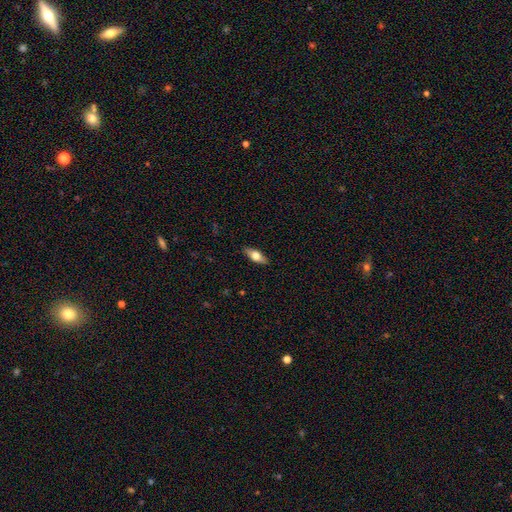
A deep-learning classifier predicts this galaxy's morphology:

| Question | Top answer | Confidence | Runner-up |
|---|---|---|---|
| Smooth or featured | smooth | 62% | featured or disk (32%) |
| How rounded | in between | 74% | cigar-shaped (23%) |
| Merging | none | 88% | minor disturbance (9%) |